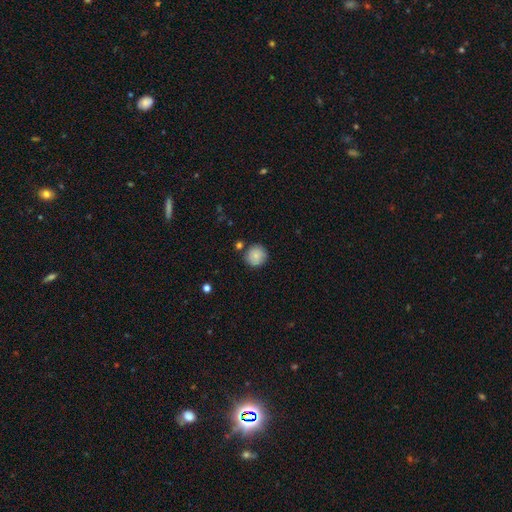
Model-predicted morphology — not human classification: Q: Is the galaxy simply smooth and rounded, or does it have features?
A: smooth — 83%.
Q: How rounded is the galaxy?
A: round — 93%.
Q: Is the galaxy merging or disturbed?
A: none — 82%.